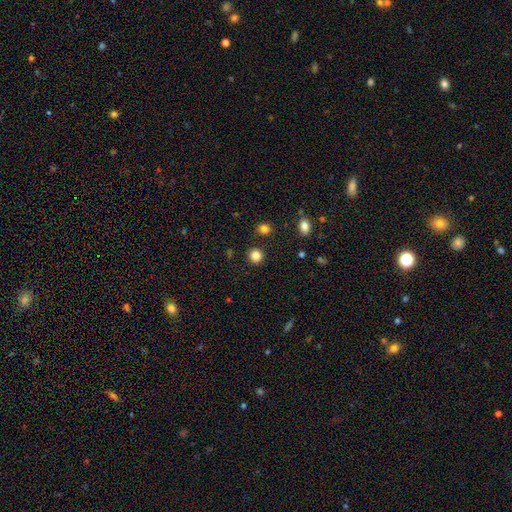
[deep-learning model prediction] Overall: smooth (84%). How rounded: round (91%). Merging: none (90%).